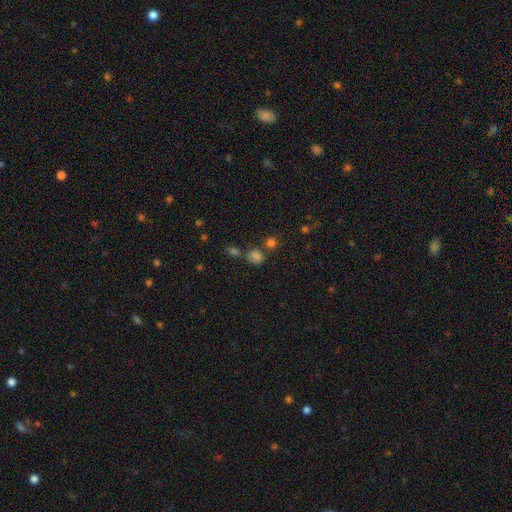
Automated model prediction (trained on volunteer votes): This is likely a smooth galaxy (67%). How rounded: likely round (65%). Merging: possibly none (55%).